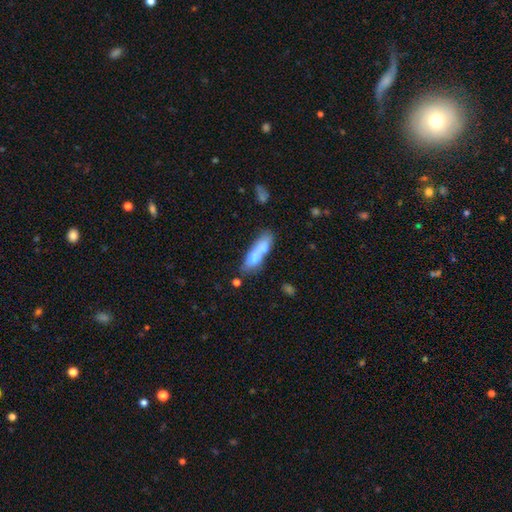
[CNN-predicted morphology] smooth 65%, featured or disk 27%, star or artifact 8%. Down the decision tree: how rounded — cigar-shaped (50%); merging — merger (50%).